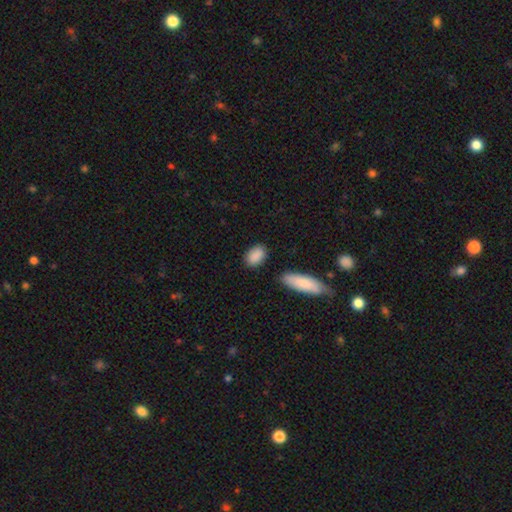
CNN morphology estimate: This appears to be a smooth galaxy with no disk features (89%) that is in between round and cigar-shaped (88%). Merging: none (82%).